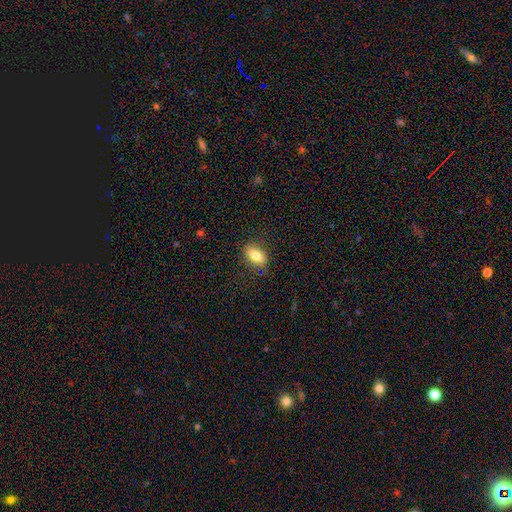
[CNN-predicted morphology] The model was most divided on "smooth or featured": smooth: 78%, featured or disk: 14%, star or artifact: 8%. More confident: merging — none (84%); how rounded — in between (84%).